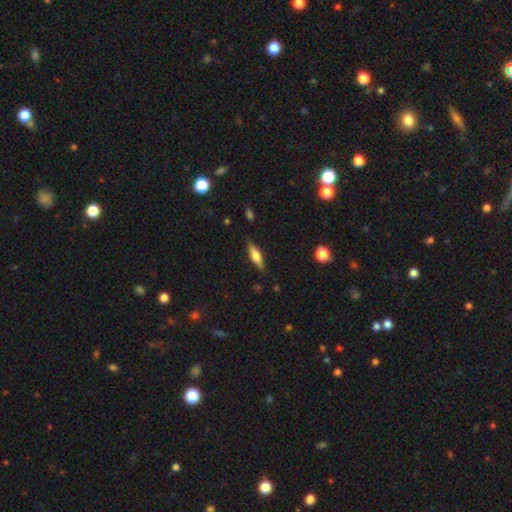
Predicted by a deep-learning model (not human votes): A smooth galaxy with no disk features (59%) that is cigar-shaped (55%). Merging: none (85%).